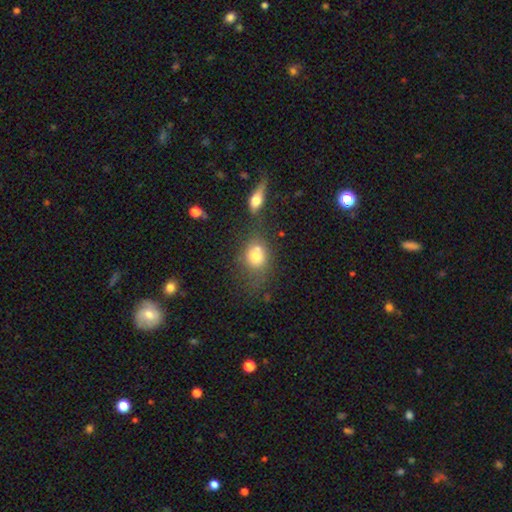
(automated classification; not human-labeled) Smooth or featured: smooth — 75% (featured or disk — 14%)
How rounded: round — 52% (in between — 46%)
Merging: none — 45% (merger — 29%)